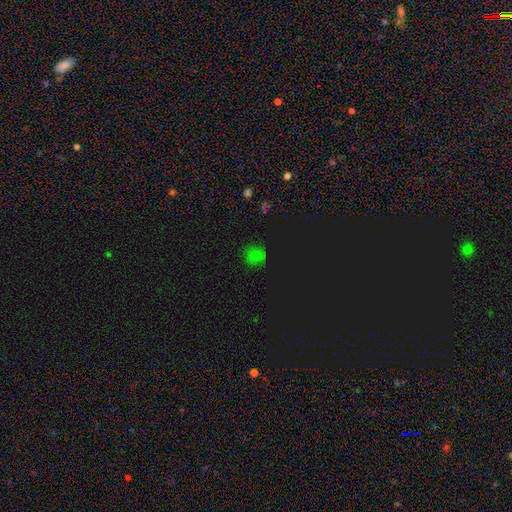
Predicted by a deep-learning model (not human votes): Smooth or featured? smooth (53%)
How rounded? round (90%)
Merging? none (84%)